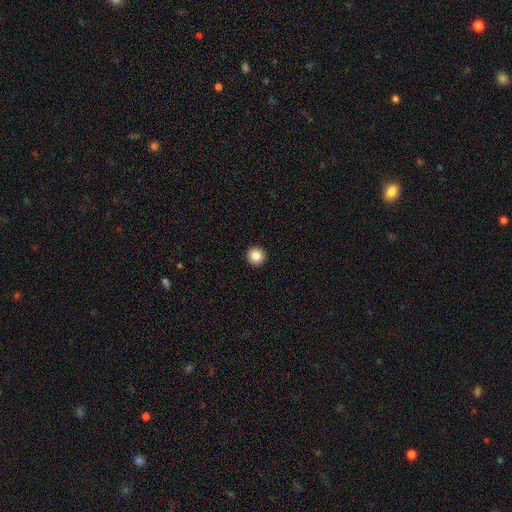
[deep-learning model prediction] A smooth galaxy with no disk features (84%) that is round (95%). Merging: none (94%).